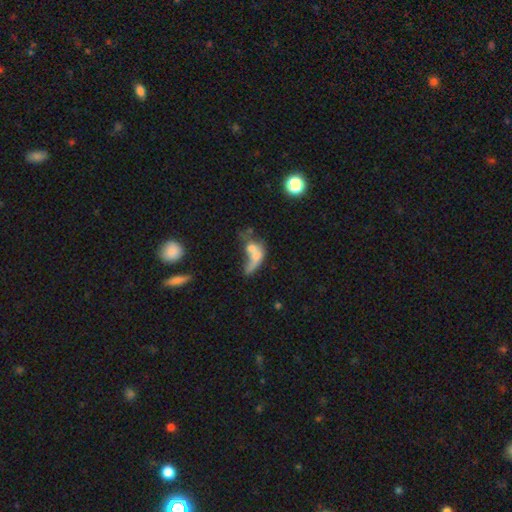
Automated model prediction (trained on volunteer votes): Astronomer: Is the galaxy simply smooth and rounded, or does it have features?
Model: smooth — 51% (runner-up: featured or disk, 37%).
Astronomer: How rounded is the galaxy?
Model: in between — 65%.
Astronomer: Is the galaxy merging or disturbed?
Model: merger — 51%.